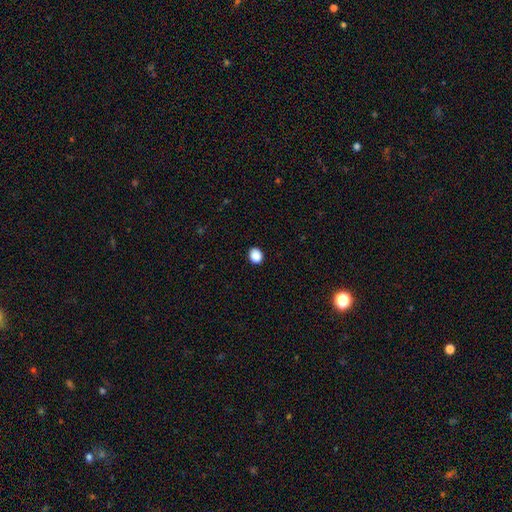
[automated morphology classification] A smooth galaxy with no disk features (89%) that is round (57%). Merging: none (91%).